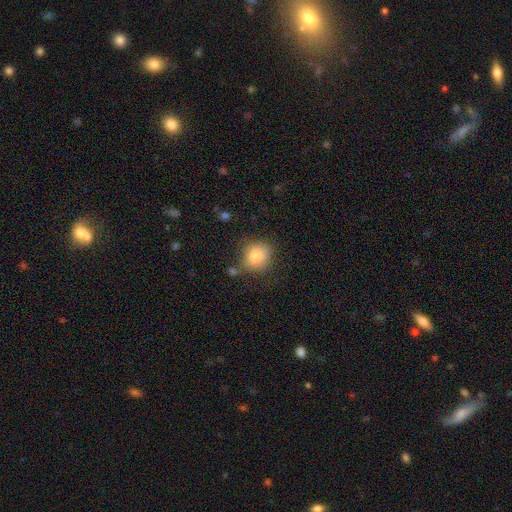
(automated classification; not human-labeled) A smooth galaxy with no disk features (81%) that is round (76%). Merging: none (73%).